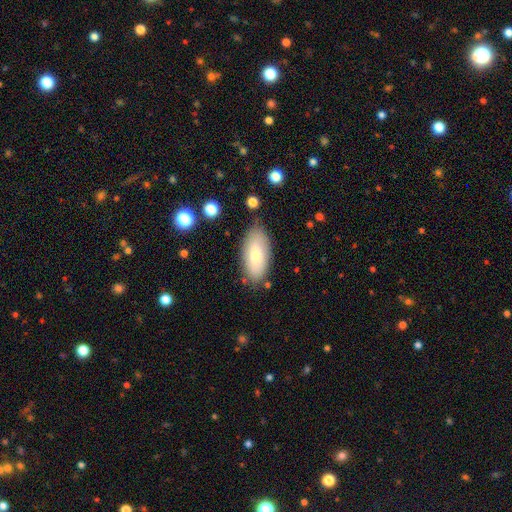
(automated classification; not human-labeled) This is likely a smooth galaxy (75%). How rounded: clearly in between (90%). Merging: likely none (79%).